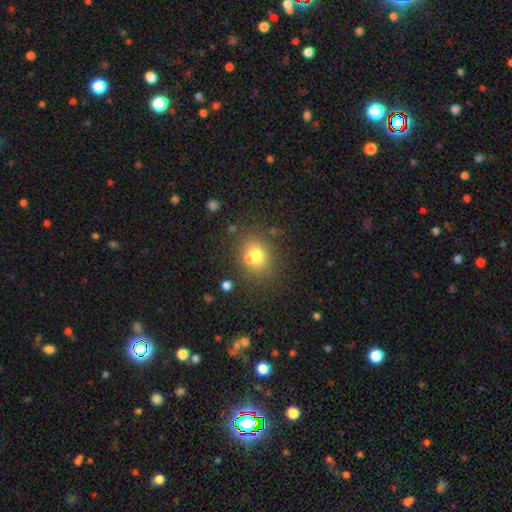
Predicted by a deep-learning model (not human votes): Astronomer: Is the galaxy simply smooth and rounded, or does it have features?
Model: smooth — 69%.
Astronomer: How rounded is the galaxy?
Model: round — 61% (runner-up: in between, 38%).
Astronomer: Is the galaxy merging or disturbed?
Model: none — 58%.